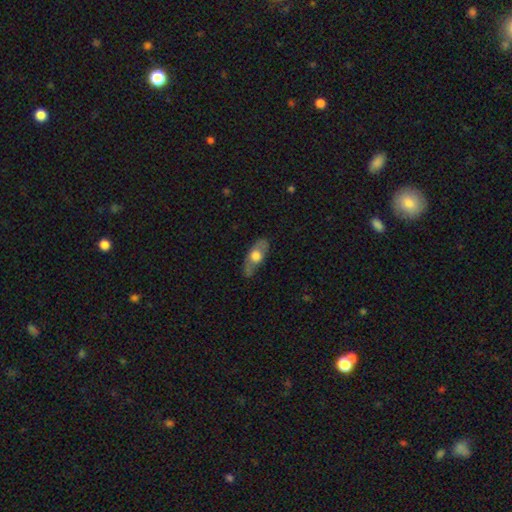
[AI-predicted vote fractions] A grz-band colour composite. It shows a smooth galaxy with no disk features (51%) that is in between round and cigar-shaped (74%). Merging: none (67%).